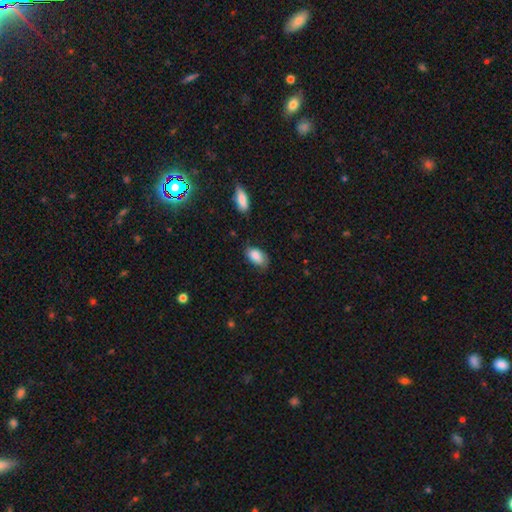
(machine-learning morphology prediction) The model was most divided on "merging": none: 62%, minor disturbance: 29%, major disturbance: 7%, merger: 2%. More confident: how rounded — in between (93%); smooth or featured — smooth (82%).